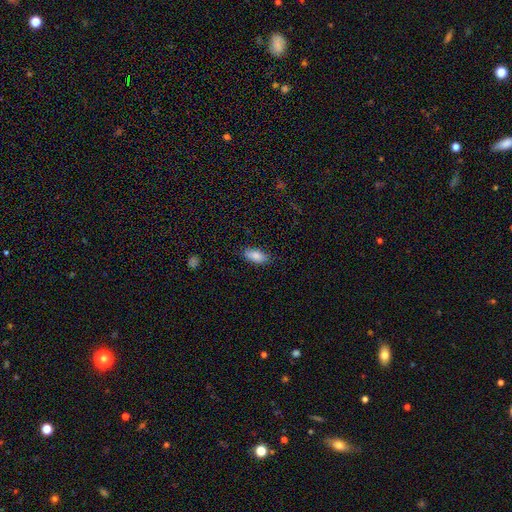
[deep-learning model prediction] smooth_or_featured: smooth (p=0.85) [alt: featured or disk p=0.07]
how_rounded: in between (p=0.86) [alt: cigar-shaped p=0.12]
merging: none (p=0.82) [alt: minor disturbance p=0.14]